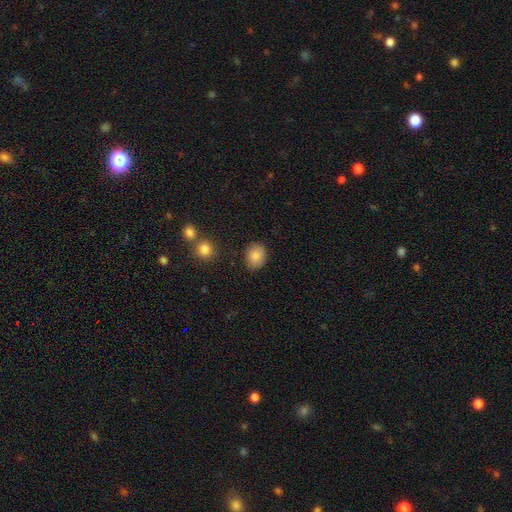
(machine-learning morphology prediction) smooth 84%, star or artifact 9%, featured or disk 7%. Down the decision tree: how rounded — in between (55%); merging — none (86%).